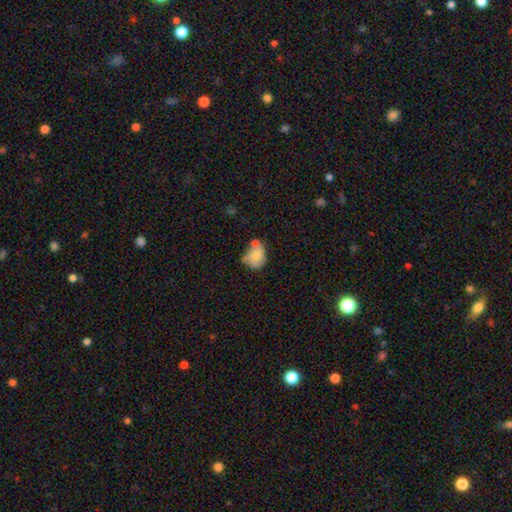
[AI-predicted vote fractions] This is likely a smooth galaxy (66%). How rounded: possibly in between (55%). Merging: marginally none (32%).